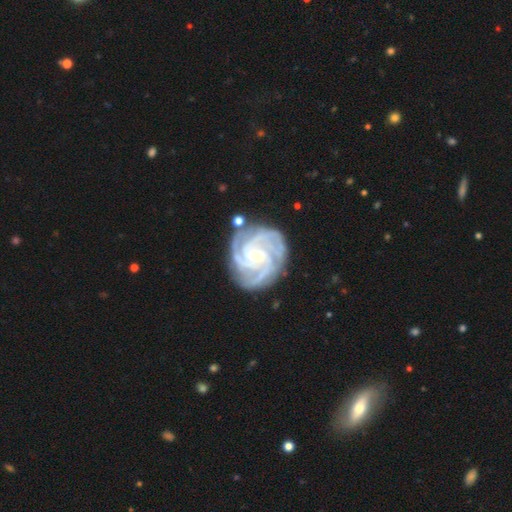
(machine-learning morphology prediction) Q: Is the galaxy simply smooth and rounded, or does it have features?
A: featured or disk — 92%.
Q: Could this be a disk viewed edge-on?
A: no — 98%.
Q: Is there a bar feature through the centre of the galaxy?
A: no — 47%.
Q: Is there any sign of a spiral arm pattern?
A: yes — 99%.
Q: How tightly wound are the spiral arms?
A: tight — 72%.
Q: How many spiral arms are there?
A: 4 — 43%.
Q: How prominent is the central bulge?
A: small — 65%.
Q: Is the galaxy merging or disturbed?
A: none — 79%.